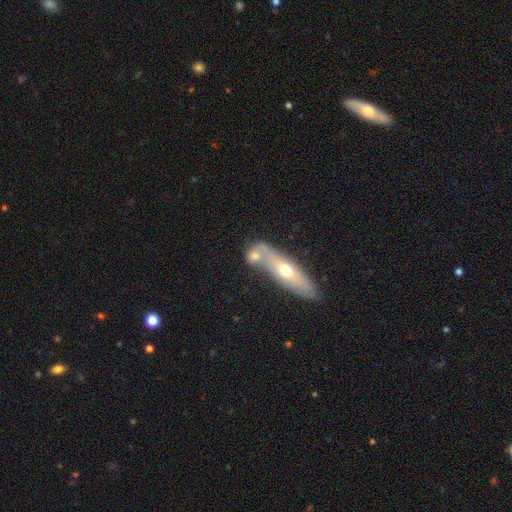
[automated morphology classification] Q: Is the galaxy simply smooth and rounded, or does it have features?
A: smooth — 58%.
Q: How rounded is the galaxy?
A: in between — 43%.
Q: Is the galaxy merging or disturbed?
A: merger — 42%, tied with none.